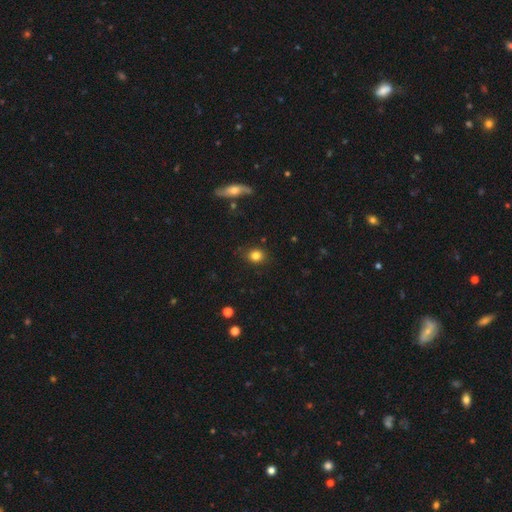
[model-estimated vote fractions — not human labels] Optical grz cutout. It shows a smooth galaxy with no disk features (82%) that is round (70%). Merging: none (85%).